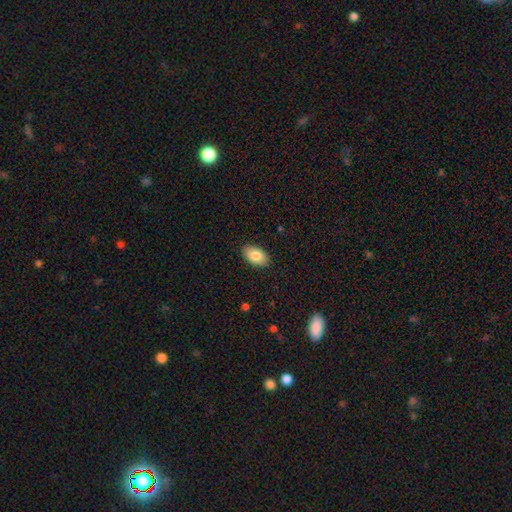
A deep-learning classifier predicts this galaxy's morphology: This is clearly a smooth galaxy (83%). How rounded: clearly in between (93%). Merging: clearly none (89%).